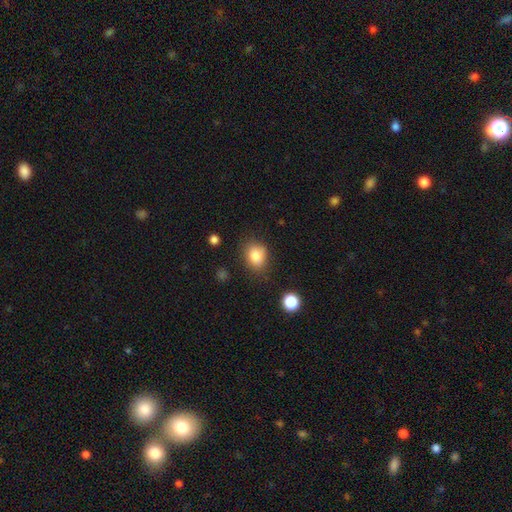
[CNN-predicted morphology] smooth_or_featured: smooth (p=0.83) [alt: star or artifact p=0.10]
how_rounded: in between (p=0.52) [alt: round p=0.47]
merging: none (p=0.70) [alt: minor disturbance p=0.21]